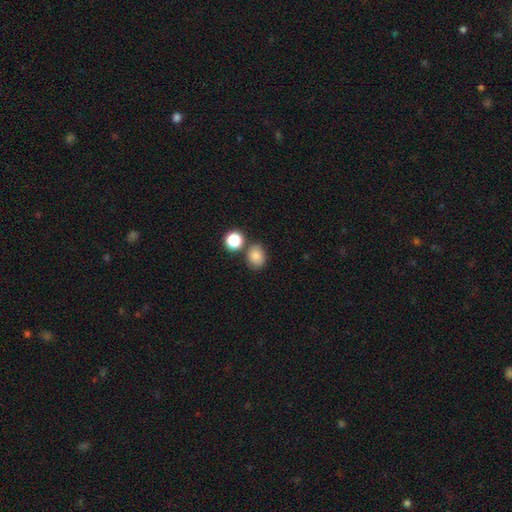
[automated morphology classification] Smooth or featured: smooth — 83% (star or artifact — 11%)
How rounded: round — 54% (in between — 45%)
Merging: none — 71% (merger — 13%)